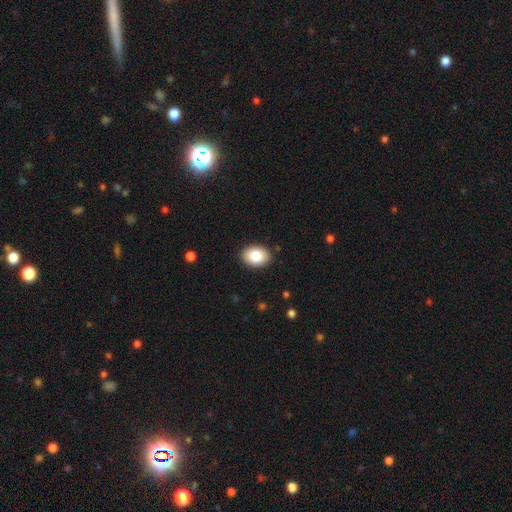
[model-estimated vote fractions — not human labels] smooth_or_featured: smooth (p=0.83) [alt: featured or disk p=0.09]
how_rounded: in between (p=0.76) [alt: round p=0.23]
merging: none (p=0.89) [alt: minor disturbance p=0.08]